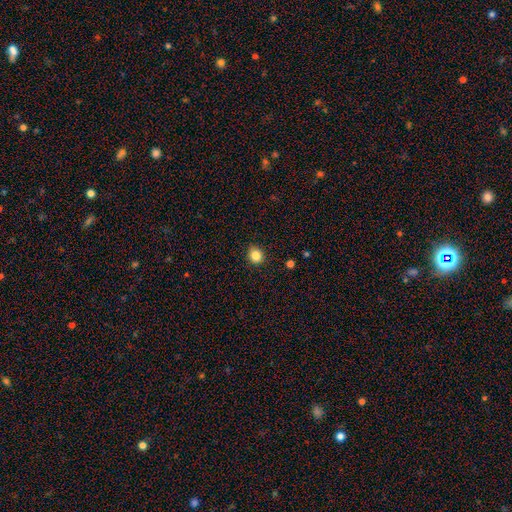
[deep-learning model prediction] Smooth or featured? Predicted: smooth (p=0.85). How rounded? Predicted: round (p=0.86). Merging? Predicted: none (p=0.89).